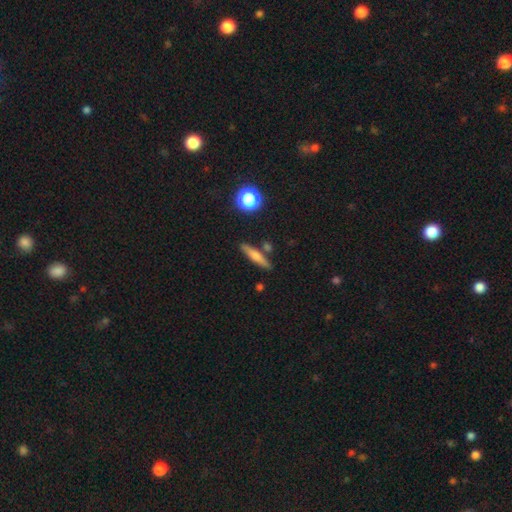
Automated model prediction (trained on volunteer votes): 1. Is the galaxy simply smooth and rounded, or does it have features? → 55% smooth, 37% featured or disk, 8% star or artifact.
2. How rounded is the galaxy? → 83% cigar-shaped, 12% in between, 5% round.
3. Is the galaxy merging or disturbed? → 82% none, 9% minor disturbance, 6% merger, 2% major disturbance.